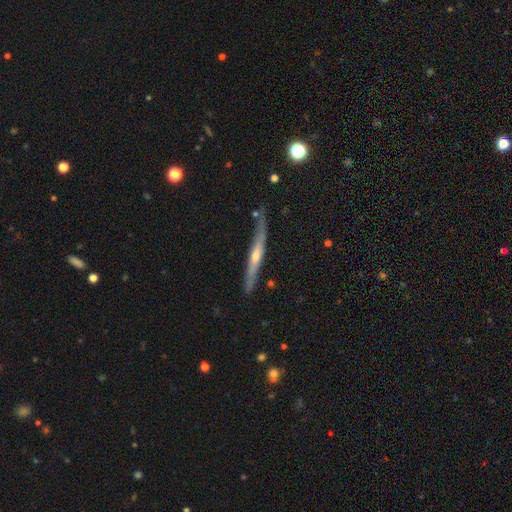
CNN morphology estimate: Smooth or featured? featured or disk (67%)
Edge-on disk? yes (94%)
Edge-on bulge? rounded (71%)
Merging? none (75%)